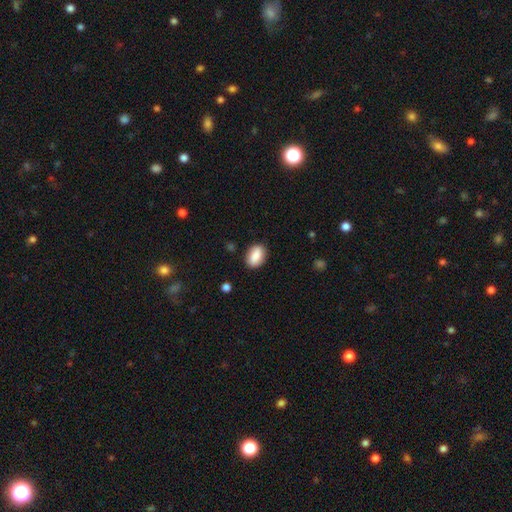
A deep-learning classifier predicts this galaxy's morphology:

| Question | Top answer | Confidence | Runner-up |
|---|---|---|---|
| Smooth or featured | smooth | 86% | star or artifact (7%) |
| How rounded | in between | 85% | round (13%) |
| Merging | none | 85% | minor disturbance (11%) |